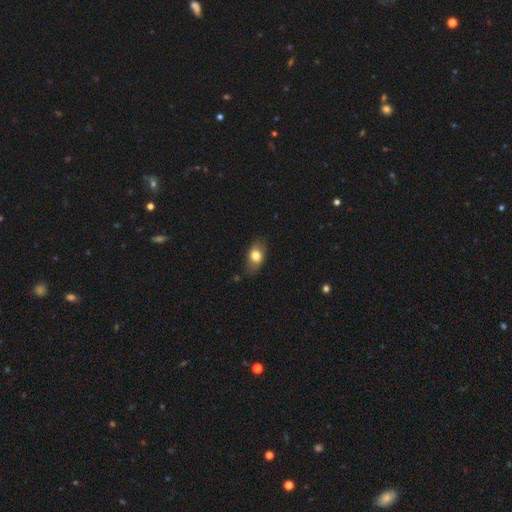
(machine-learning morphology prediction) smooth_or_featured: smooth (p=0.76) [alt: featured or disk p=0.15]
how_rounded: in between (p=0.82) [alt: round p=0.15]
merging: none (p=0.76) [alt: minor disturbance p=0.18]